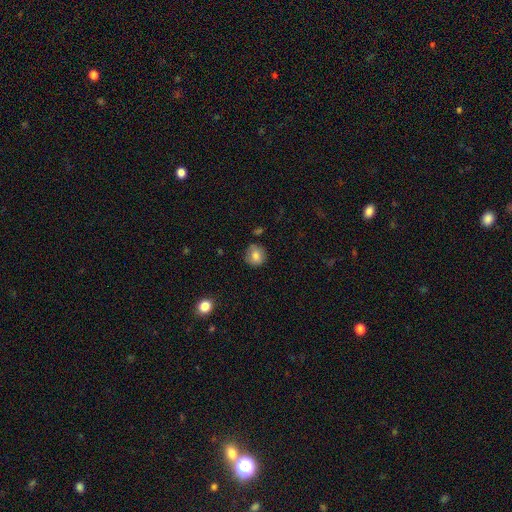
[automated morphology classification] This is likely a smooth galaxy (79%). How rounded: clearly round (88%). Merging: likely none (78%).